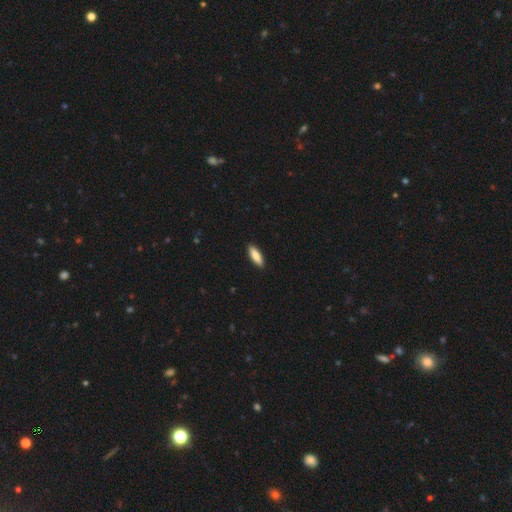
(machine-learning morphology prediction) Q: Smooth or featured?
A: smooth (84%); runner-up: featured or disk (10%)
Q: How rounded?
A: cigar-shaped (49%); tied with: in between (49%)
Q: Merging?
A: none (91%); runner-up: minor disturbance (7%)